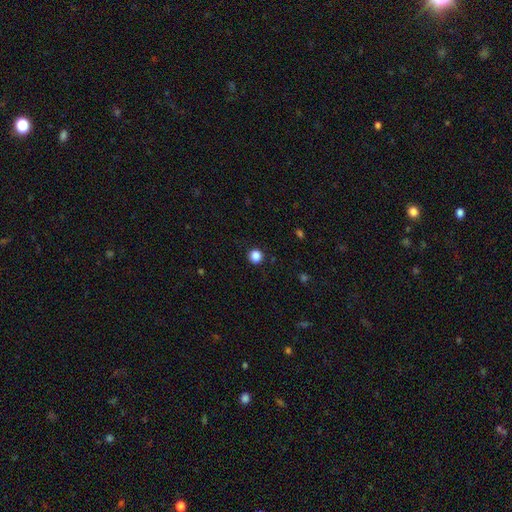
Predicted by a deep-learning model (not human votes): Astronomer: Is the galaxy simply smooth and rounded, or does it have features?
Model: smooth — 86%.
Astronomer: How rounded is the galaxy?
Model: round — 91%.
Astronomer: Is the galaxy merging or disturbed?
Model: none — 91%.